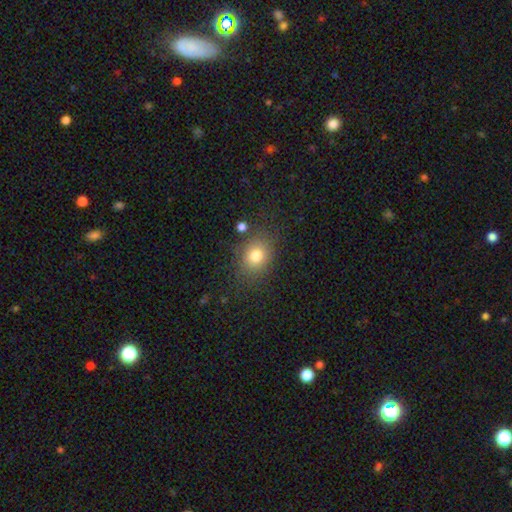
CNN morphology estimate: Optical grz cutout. It shows a smooth galaxy with no disk features (78%) that is round (55%). Merging: none (78%).